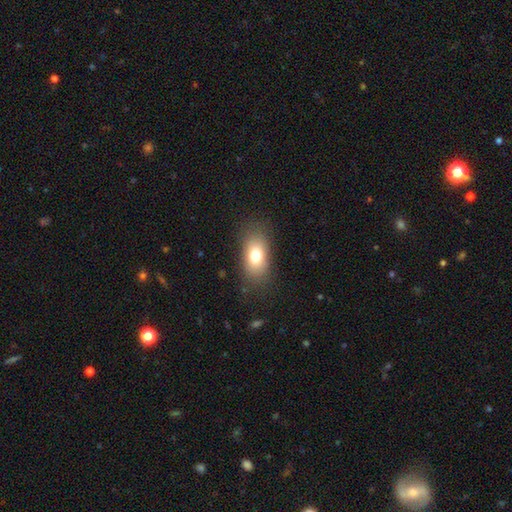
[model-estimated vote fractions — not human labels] smooth 75%, featured or disk 15%, star or artifact 10%. Down the decision tree: how rounded — in between (87%); merging — none (81%).